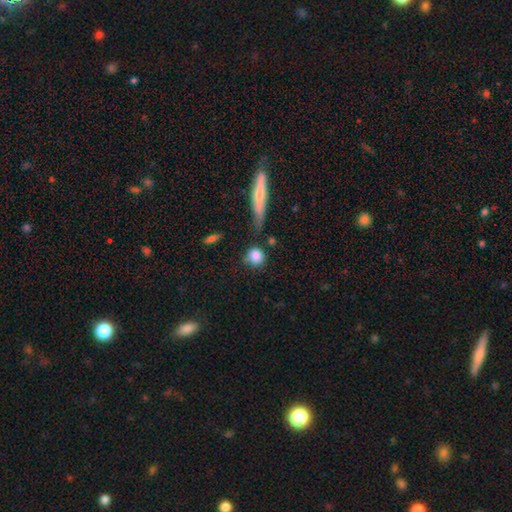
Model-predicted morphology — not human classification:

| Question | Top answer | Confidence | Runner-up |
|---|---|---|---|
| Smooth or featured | smooth | 84% | star or artifact (8%) |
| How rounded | round | 85% | in between (12%) |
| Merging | none | 69% | minor disturbance (17%) |